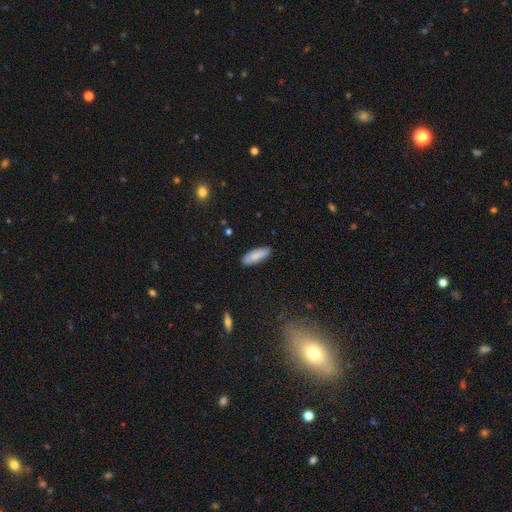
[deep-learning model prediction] smooth-or-featured: smooth: 84% | featured or disk: 10% | star or artifact: 6%
  how-rounded: in between: 63% | cigar-shaped: 35% | round: 2%
  merging: none: 86% | minor disturbance: 11% | major disturbance: 2% | merger: 1%